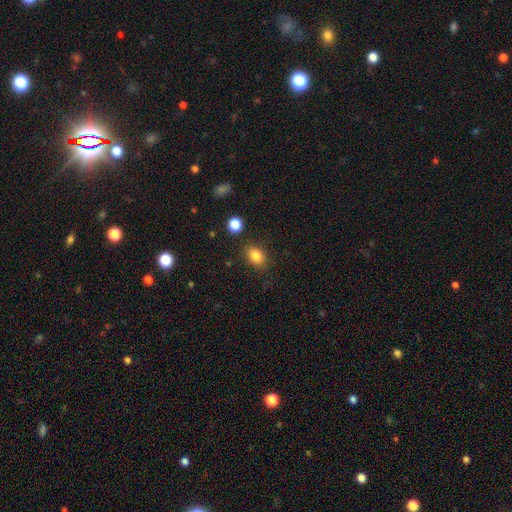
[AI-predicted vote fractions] A smooth galaxy with no disk features (83%) that is in between round and cigar-shaped (71%).

Vote fractions:
- Smooth or featured? smooth: 83% / star or artifact: 10% / featured or disk: 7%
- How rounded? in between: 71% / round: 28% / cigar-shaped: 1%
- Merging? none: 82% / minor disturbance: 11% / major disturbance: 3% / merger: 3%